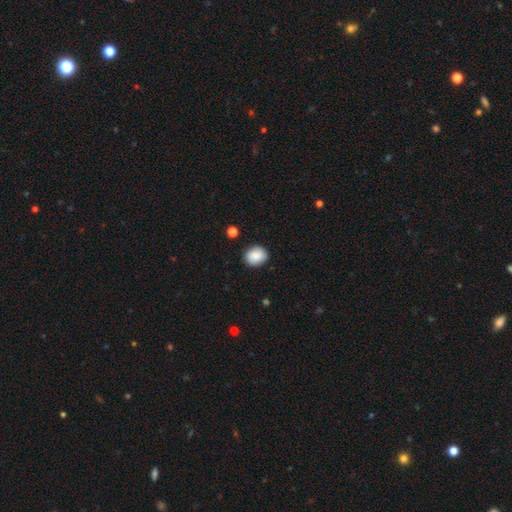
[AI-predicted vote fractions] Morphology: type=smooth (85%); roundness=round (69%); merging=none (86%).